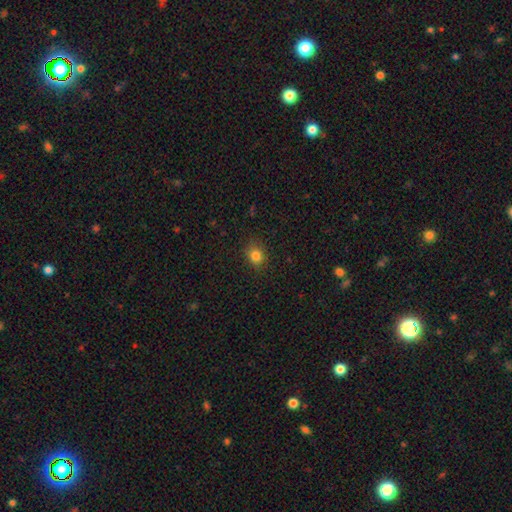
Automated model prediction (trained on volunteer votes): The model was most divided on "how rounded": round: 67%, in between: 32%, cigar-shaped: 1%. More confident: merging — none (85%); smooth or featured — smooth (82%).